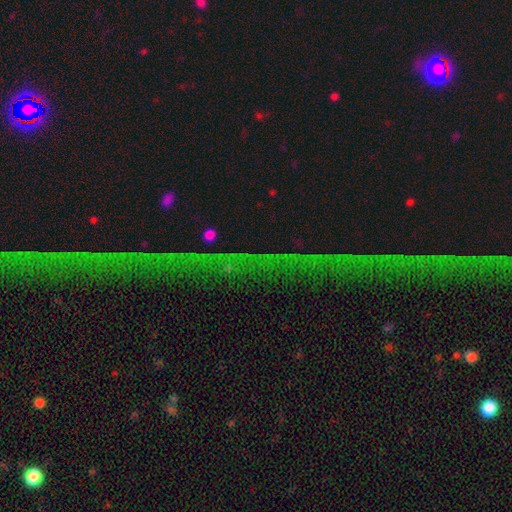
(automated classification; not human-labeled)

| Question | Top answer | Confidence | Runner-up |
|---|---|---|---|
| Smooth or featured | star or artifact | 82% | featured or disk (11%) |